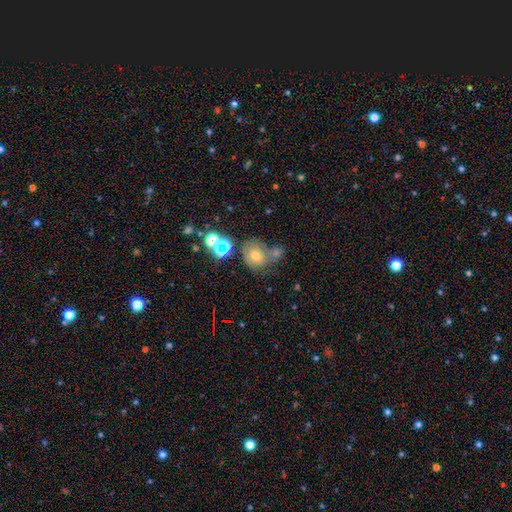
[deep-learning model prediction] The model was most divided on "merging": none: 45%, merger: 32%, minor disturbance: 14%, major disturbance: 9%. Remaining: smooth or featured — smooth (48%).